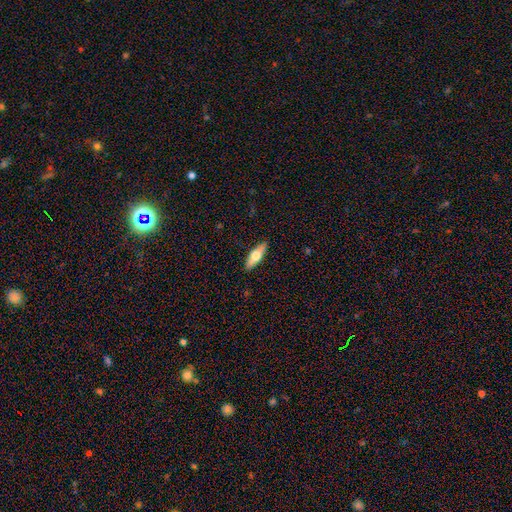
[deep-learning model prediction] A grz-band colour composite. It shows a smooth galaxy with no disk features (58%) that is in between round and cigar-shaped (54%). Merging: none (90%).